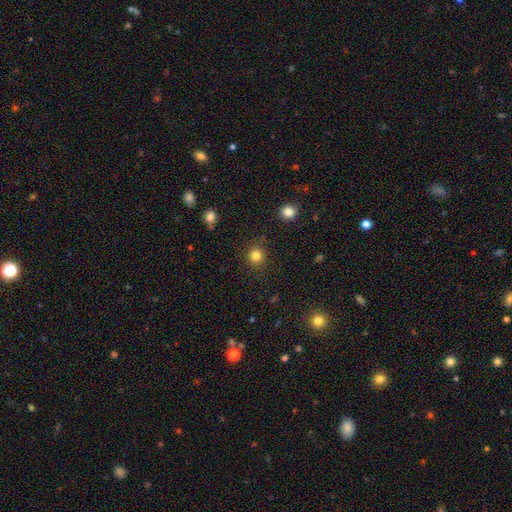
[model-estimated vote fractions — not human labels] This is clearly a smooth galaxy (82%). How rounded: clearly round (91%). Merging: clearly none (89%).